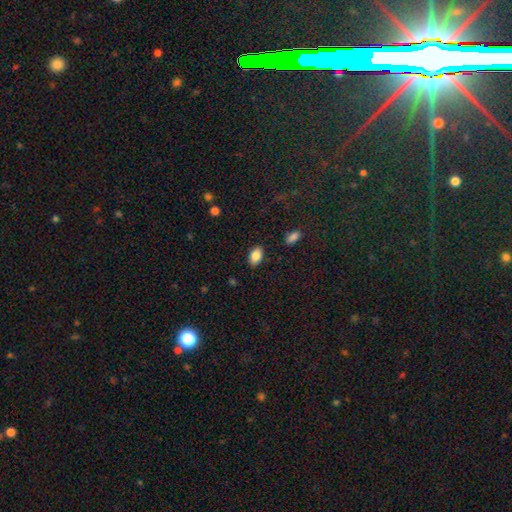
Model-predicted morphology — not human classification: Smooth or featured? Predicted: smooth (p=0.86). How rounded? Predicted: in between (p=0.90). Merging? Predicted: none (p=0.87).